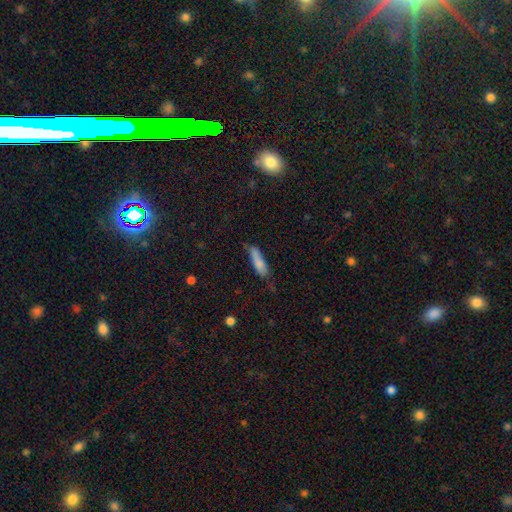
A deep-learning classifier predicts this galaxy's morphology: Overall: smooth (78%). How rounded: cigar-shaped (71%). Merging: none (60%; minor disturbance 28%).